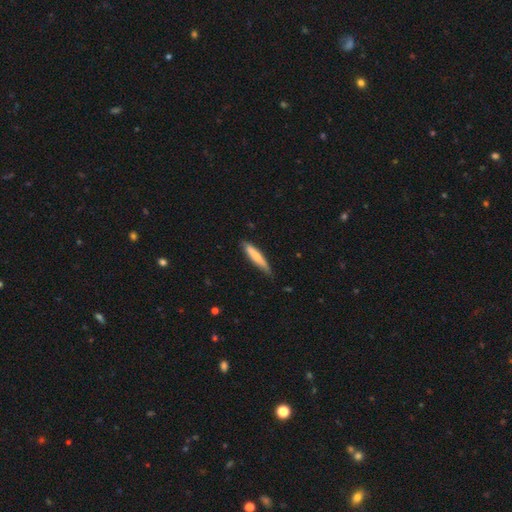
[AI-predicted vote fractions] smooth_or_featured: smooth (p=0.73) [alt: featured or disk p=0.22]
how_rounded: cigar-shaped (p=0.89) [alt: in between p=0.09]
merging: none (p=0.74) [alt: minor disturbance p=0.22]